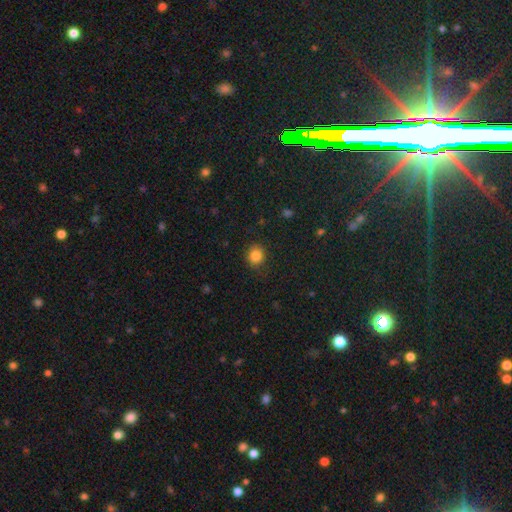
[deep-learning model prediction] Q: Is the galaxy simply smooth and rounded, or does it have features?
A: smooth — 84%.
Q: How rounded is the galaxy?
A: round — 84%.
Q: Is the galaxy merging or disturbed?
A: none — 85%.